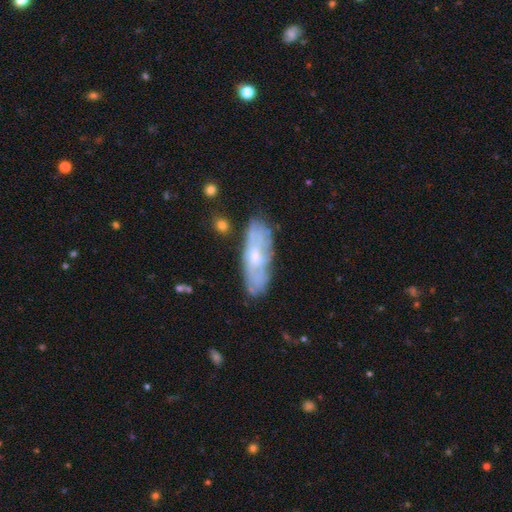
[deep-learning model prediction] A featured or disk galaxy (52%). Merging: none (75%).